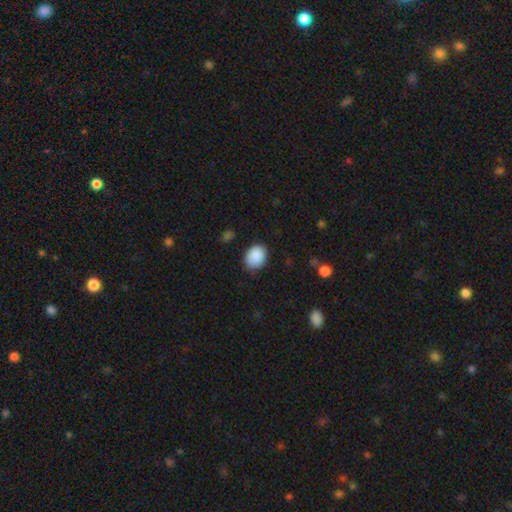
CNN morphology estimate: Smooth or featured? smooth (89%)
How rounded? in between (51%)
Merging? none (81%)